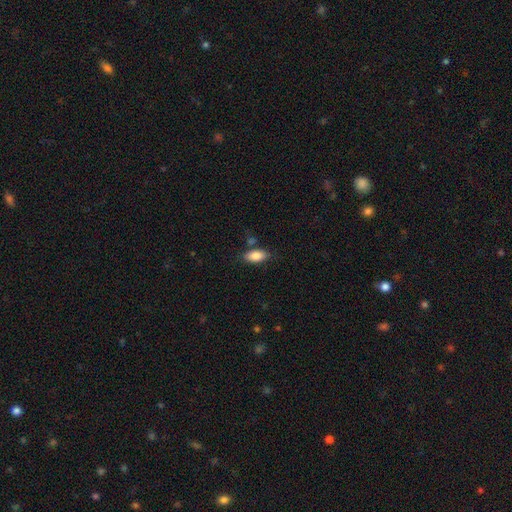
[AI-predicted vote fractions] Smooth or featured: smooth — 86% (star or artifact — 7%)
How rounded: in between — 89% (cigar-shaped — 8%)
Merging: none — 76% (minor disturbance — 14%)